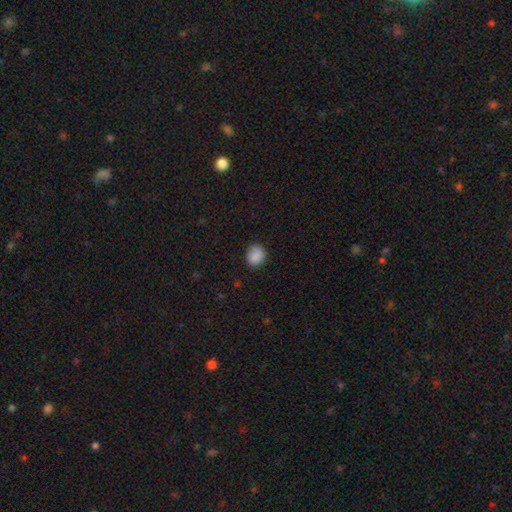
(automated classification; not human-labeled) Overall: smooth (88%). How rounded: round (78%). Merging: none (83%).